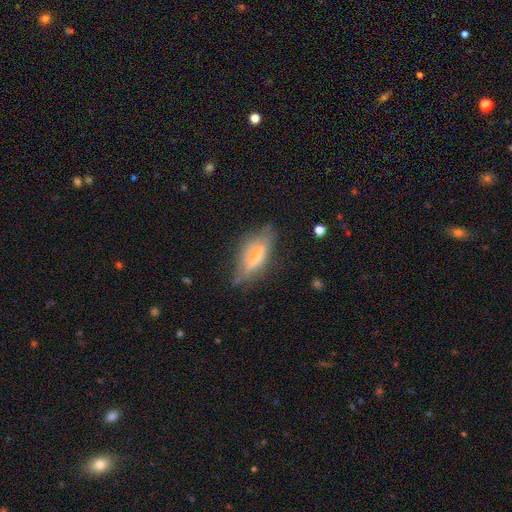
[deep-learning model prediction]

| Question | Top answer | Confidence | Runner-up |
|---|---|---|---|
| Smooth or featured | featured or disk | 48% | smooth (43%) |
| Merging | none | 65% | minor disturbance (24%) |